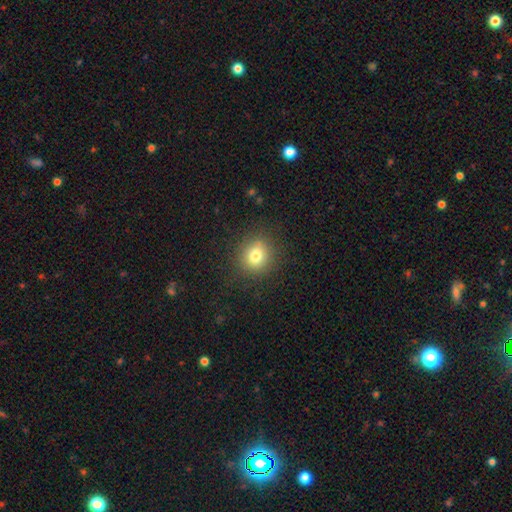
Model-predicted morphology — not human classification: Smooth or featured? Predicted: smooth (p=0.78). How rounded? Predicted: round (p=0.85). Merging? Predicted: none (p=0.87).